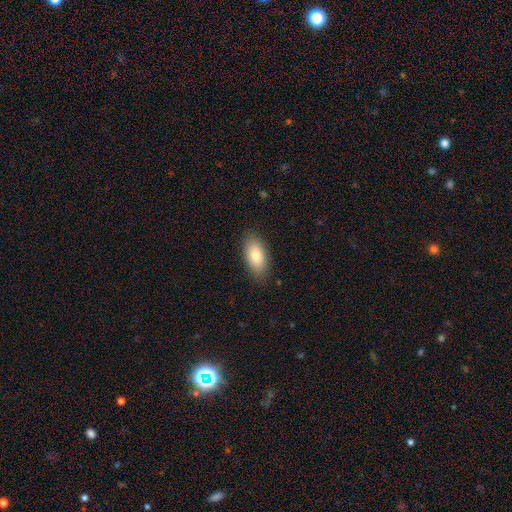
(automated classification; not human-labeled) Smooth or featured? smooth (82%)
How rounded? in between (89%)
Merging? none (87%)